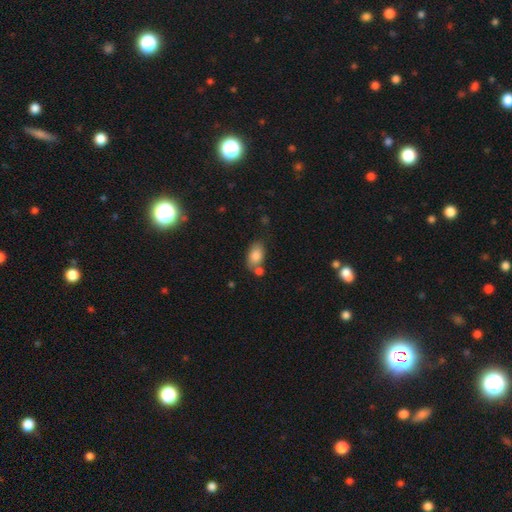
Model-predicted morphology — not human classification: Smooth or featured? Predicted: smooth (p=0.83). How rounded? Predicted: in between (p=0.90). Merging? Predicted: none (p=0.57).